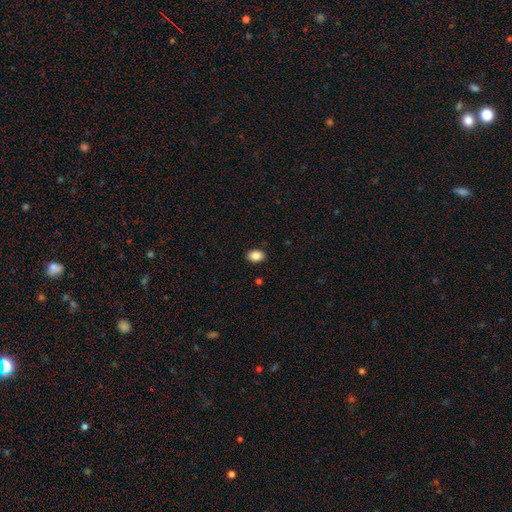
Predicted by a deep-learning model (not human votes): Morphology: type=smooth (88%); roundness=in between (83%); merging=none (89%).